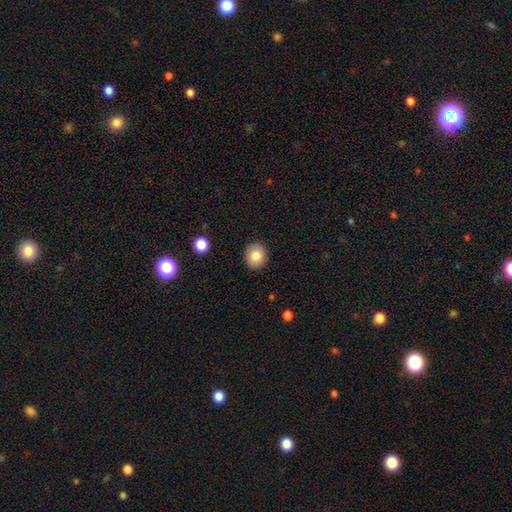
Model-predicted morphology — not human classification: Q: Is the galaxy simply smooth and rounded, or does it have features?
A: smooth — 85%.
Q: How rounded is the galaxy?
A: round — 76%.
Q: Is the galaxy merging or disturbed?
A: none — 89%.